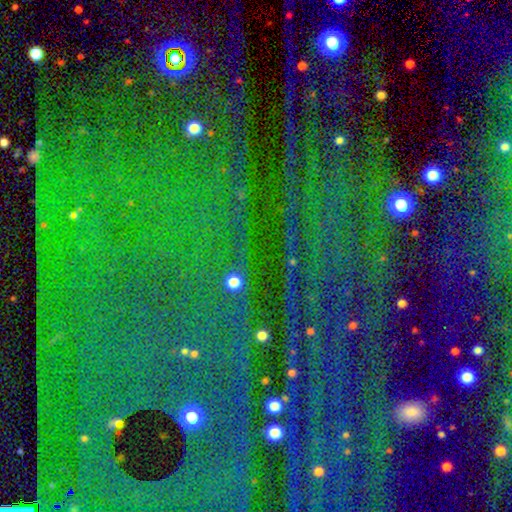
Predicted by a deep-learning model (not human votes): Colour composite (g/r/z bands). It shows a star or artifact, not a galaxy (81%).